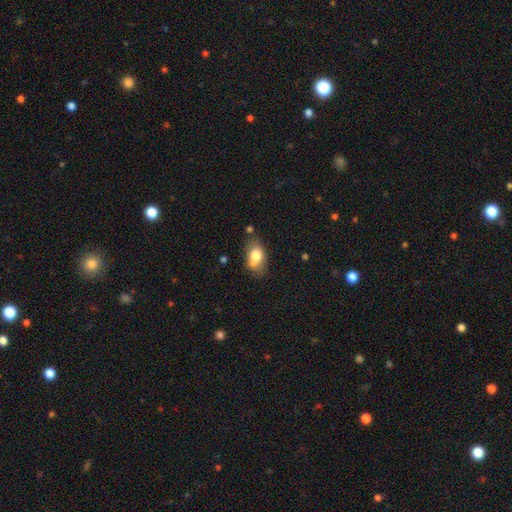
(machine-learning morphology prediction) A smooth galaxy with no disk features (75%) that is in between round and cigar-shaped (87%). Merging: none (56%).